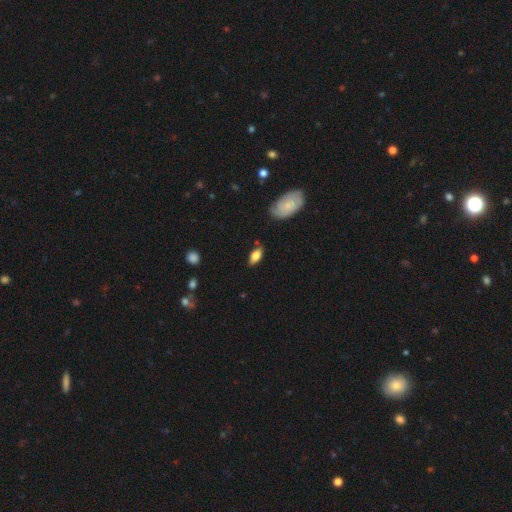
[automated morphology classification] This is likely a smooth galaxy (74%). How rounded: clearly in between (86%). Merging: likely none (80%).